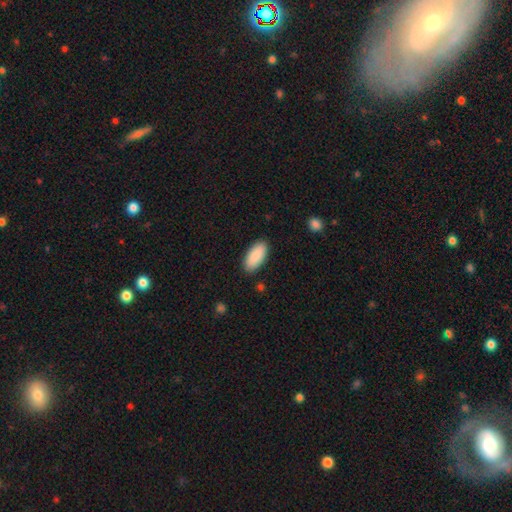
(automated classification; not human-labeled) This appears to be a smooth galaxy with no disk features (90%) that is in between round and cigar-shaped (91%). Merging: none (88%).